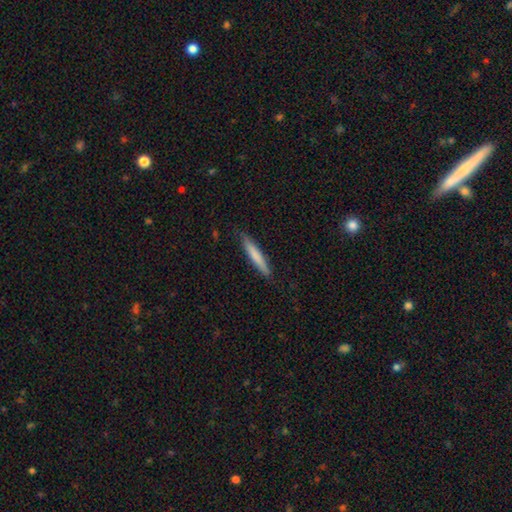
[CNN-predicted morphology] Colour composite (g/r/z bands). It shows a smooth galaxy with no disk features (72%) that is cigar-shaped (94%). Merging: none (86%).